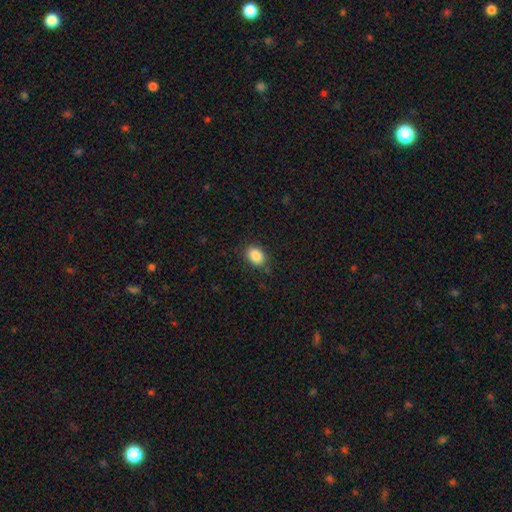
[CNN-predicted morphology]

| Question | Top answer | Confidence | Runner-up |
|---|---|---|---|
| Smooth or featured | smooth | 87% | star or artifact (8%) |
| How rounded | in between | 76% | round (23%) |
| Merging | none | 82% | minor disturbance (13%) |